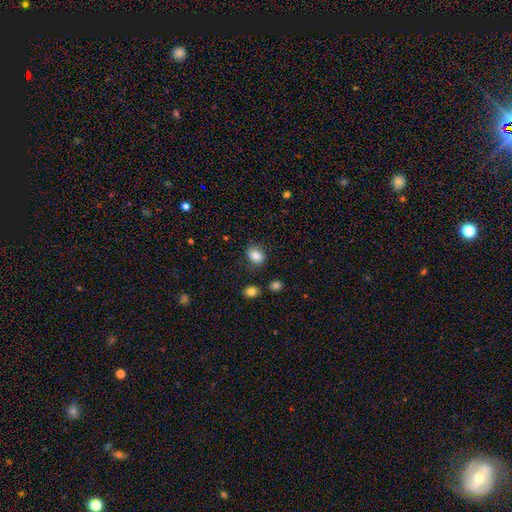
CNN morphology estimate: The model was most divided on "how rounded": in between: 69%, round: 30%, cigar-shaped: 1%. More confident: smooth or featured — smooth (84%); merging — none (73%).